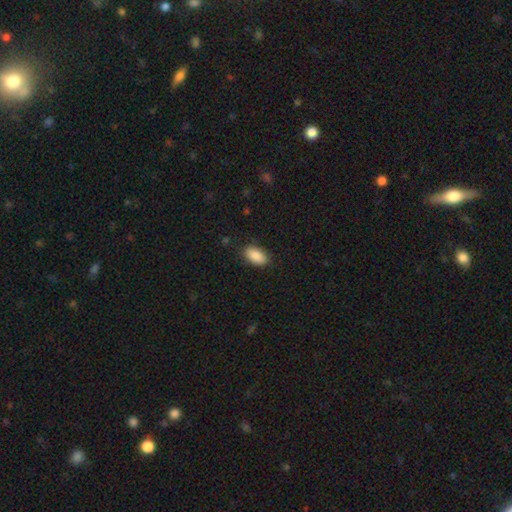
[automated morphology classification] Overall: smooth (90%). How rounded: in between (93%). Merging: none (87%).